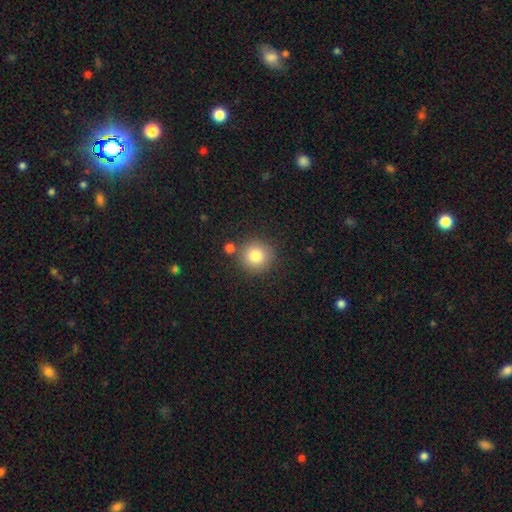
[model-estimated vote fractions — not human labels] Morphology: type=smooth (82%); roundness=round (93%); merging=none (81%).